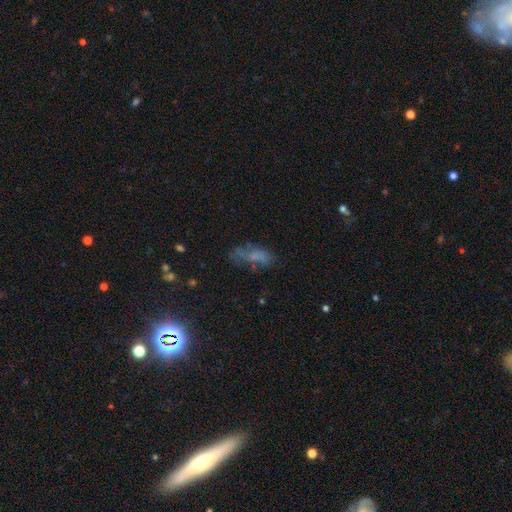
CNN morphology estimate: Smooth or featured: smooth — 50% (featured or disk — 30%)
How rounded: in between — 64% (cigar-shaped — 31%)
Merging: none — 47% (minor disturbance — 25%)